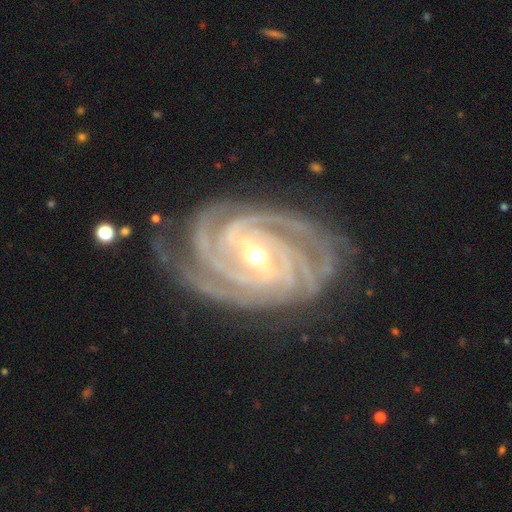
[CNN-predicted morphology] This is clearly a featured or disk galaxy (94%). It is clearly not viewed edge-on (97%). Bar: possibly strong (46%). Spiral arm pattern: clearly yes (99%). Spiral arm count: marginally 4 (38%). Spiral winding: clearly tight (82%). Central bulge: possibly small (49%). Merging: clearly none (81%).